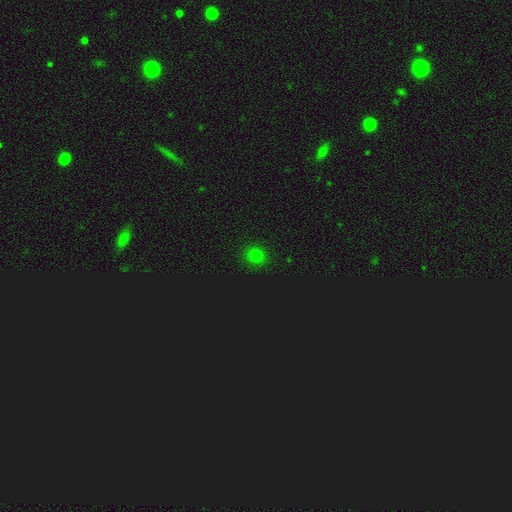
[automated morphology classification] smooth_or_featured: smooth (p=0.73) [alt: star or artifact p=0.22]
how_rounded: round (p=0.88) [alt: in between p=0.11]
merging: none (p=0.91) [alt: minor disturbance p=0.06]